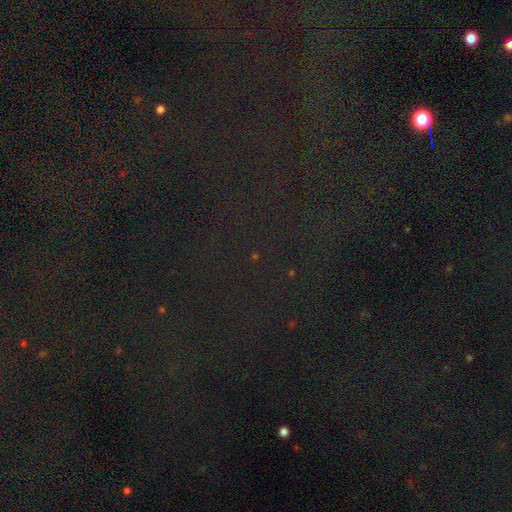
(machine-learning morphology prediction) type=star or artifact (84%).